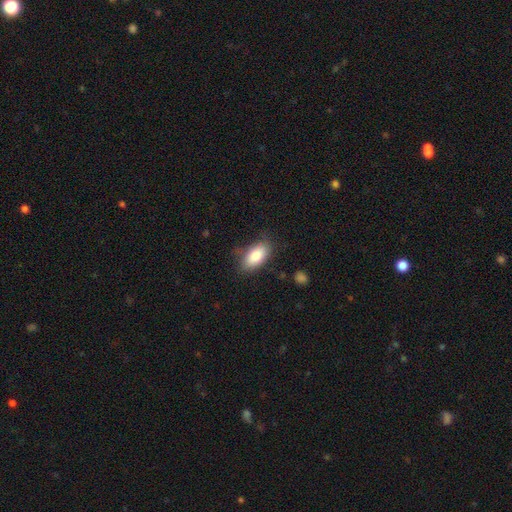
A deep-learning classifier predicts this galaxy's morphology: smooth_or_featured: smooth (p=0.81) [alt: featured or disk p=0.12]
how_rounded: in between (p=0.92) [alt: cigar-shaped p=0.05]
merging: none (p=0.75) [alt: minor disturbance p=0.18]